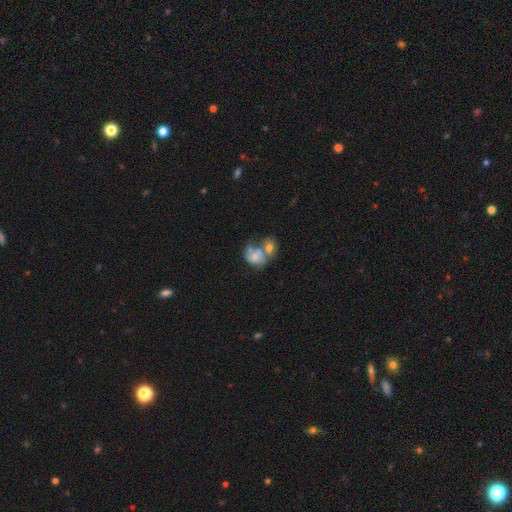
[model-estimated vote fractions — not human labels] A smooth galaxy with no disk features (48%). Merging: merger (57%).